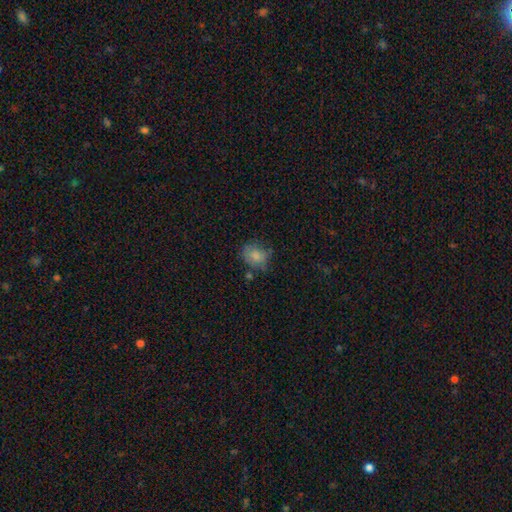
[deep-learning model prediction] Q: Smooth or featured?
A: smooth (78%); runner-up: featured or disk (13%)
Q: How rounded?
A: round (54%); runner-up: in between (45%)
Q: Merging?
A: none (59%); runner-up: minor disturbance (26%)